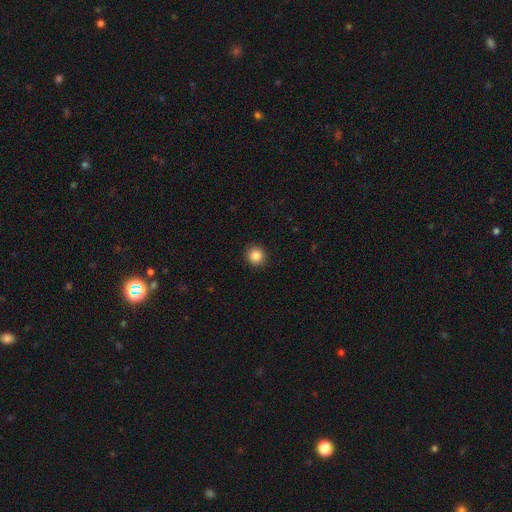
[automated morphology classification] type=smooth (87%); roundness=round (94%); merging=none (92%).